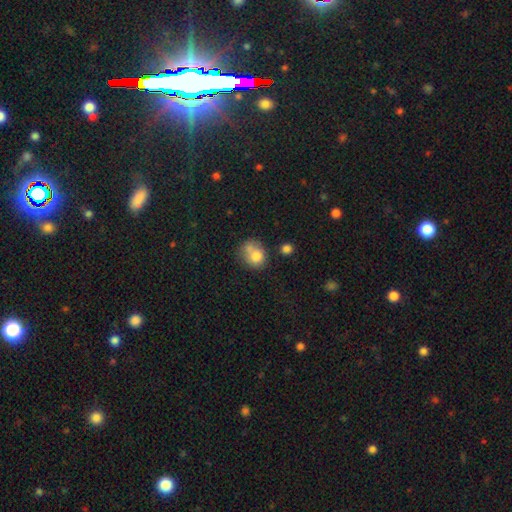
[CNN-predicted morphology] This is likely a smooth galaxy (75%). How rounded: likely round (67%). Merging: marginally merger (38%).